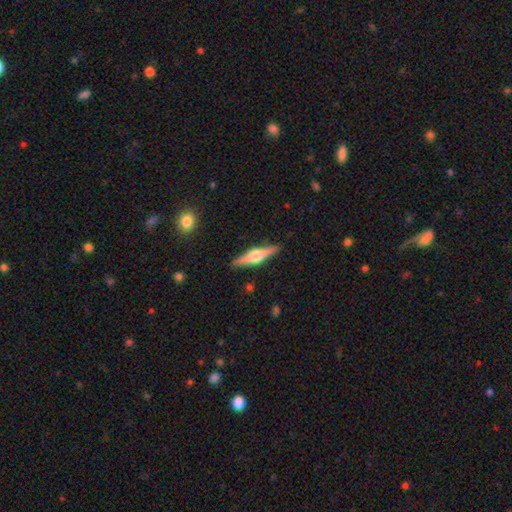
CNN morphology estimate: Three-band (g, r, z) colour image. It shows a featured or disk galaxy (68%) viewed edge-on (97%) with a rounded central bulge (92%). Merging: none (90%).